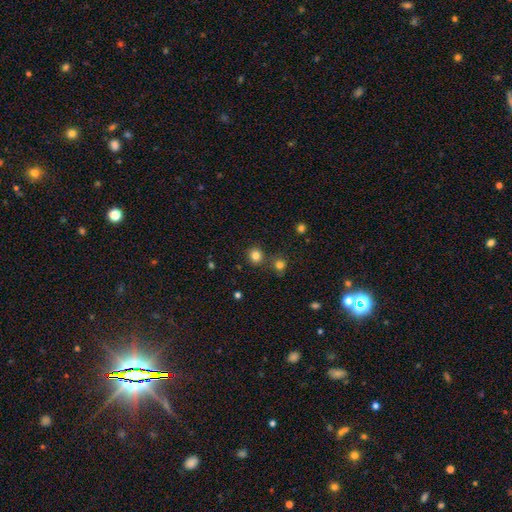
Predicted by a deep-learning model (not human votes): Smooth or featured?
  - smooth: 81% *
  - star or artifact: 14%
  - featured or disk: 5%
How rounded?
  - round: 90% *
  - in between: 10%
  - cigar-shaped: 1%
Merging?
  - none: 81% *
  - merger: 9%
  - minor disturbance: 7%
  - major disturbance: 3%